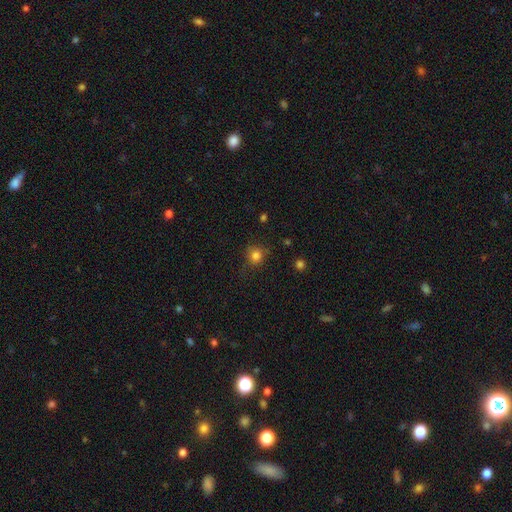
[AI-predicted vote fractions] Morphology: type=smooth (81%); roundness=round (87%); merging=none (77%).